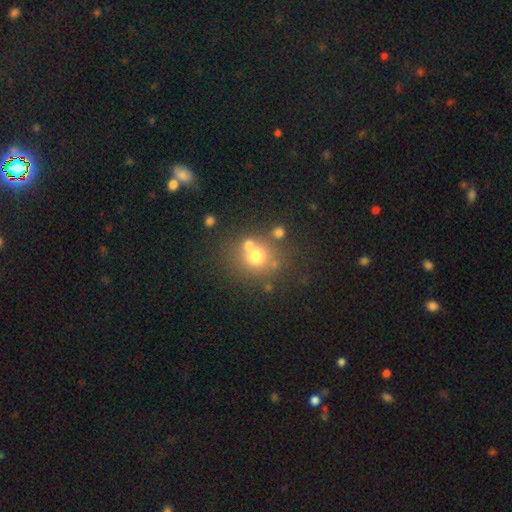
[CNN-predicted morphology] Smooth or featured? Predicted: smooth (p=0.68). How rounded? Predicted: round (p=0.85). Merging? Predicted: none (p=0.60).